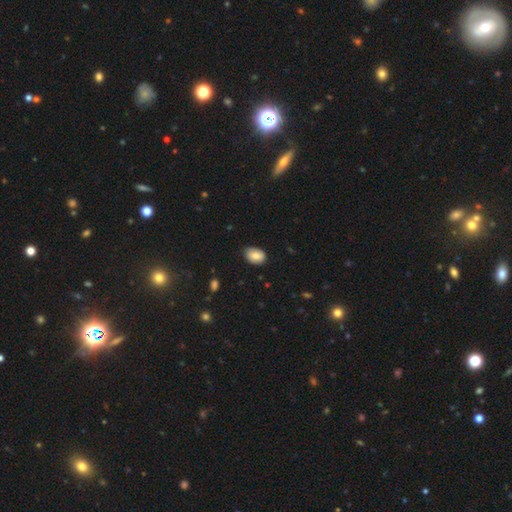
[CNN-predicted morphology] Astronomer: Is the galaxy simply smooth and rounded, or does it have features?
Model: smooth — 85%.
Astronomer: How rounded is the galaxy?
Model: in between — 83%.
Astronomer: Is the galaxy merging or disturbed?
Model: none — 79%.